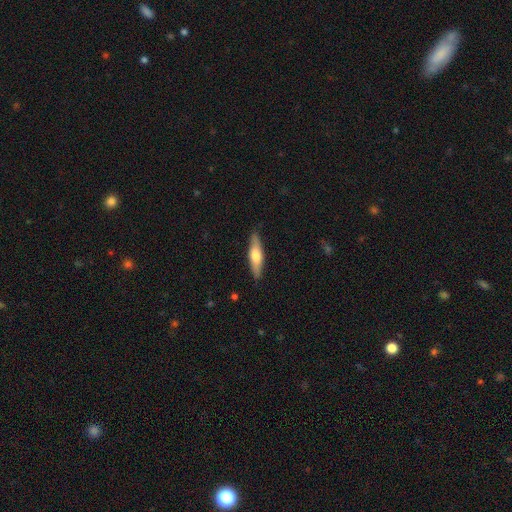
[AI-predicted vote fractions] Morphology: type=smooth (56%); roundness=cigar-shaped (70%); merging=none (87%).